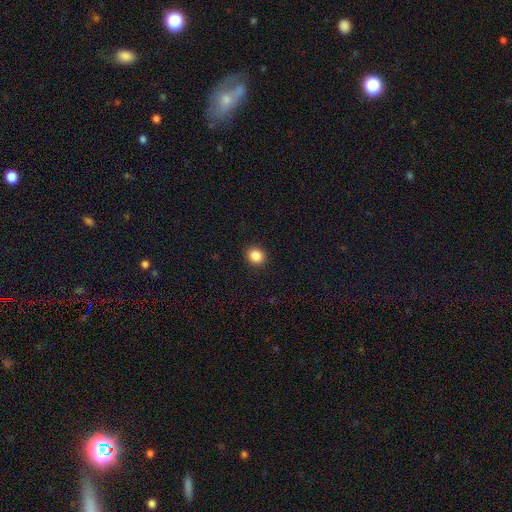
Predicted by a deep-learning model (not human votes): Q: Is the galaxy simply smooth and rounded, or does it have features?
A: smooth — 87%.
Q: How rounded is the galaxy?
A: round — 77%.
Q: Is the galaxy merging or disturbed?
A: none — 92%.